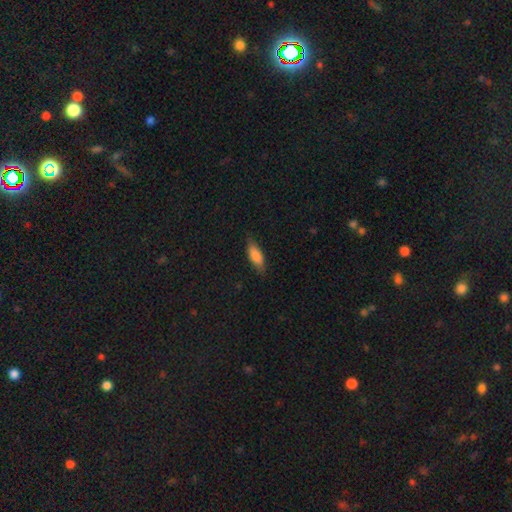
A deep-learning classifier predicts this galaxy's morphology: Smooth or featured? smooth (83%)
How rounded? in between (67%)
Merging? none (80%)